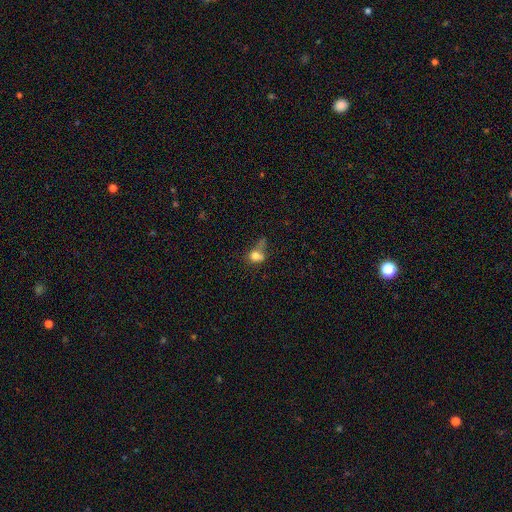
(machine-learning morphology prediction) type=smooth (70%); roundness=round (55%); merging=merger (30%).